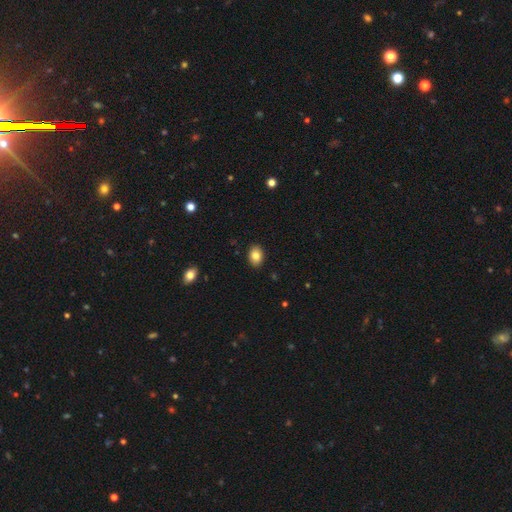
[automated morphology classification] Smooth or featured? Predicted: smooth (p=0.84). How rounded? Predicted: in between (p=0.75). Merging? Predicted: none (p=0.90).